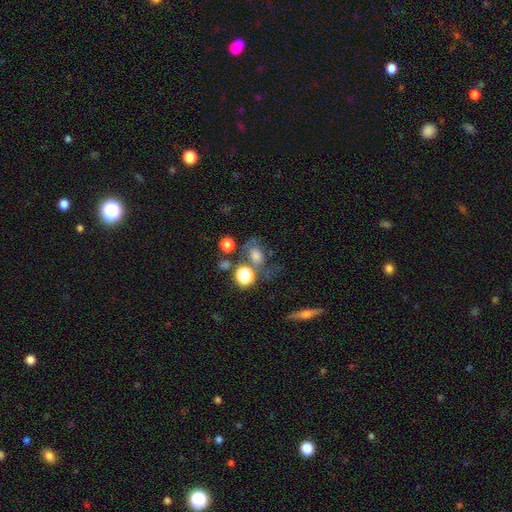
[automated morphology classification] smooth 54%, featured or disk 26%, star or artifact 20%. Down the decision tree: how rounded — in between (50%); merging — none (49%).